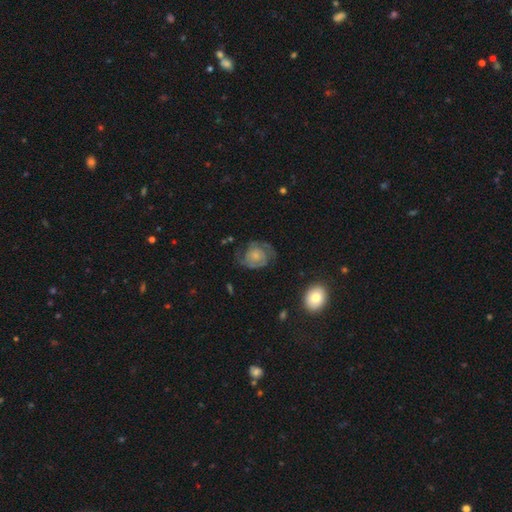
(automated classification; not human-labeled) A featured or disk galaxy (78%) with no bar (75%), 2 (76%) tight (50%) spiral arms (94%) and a small central bulge (50%). Merging: none (66%).